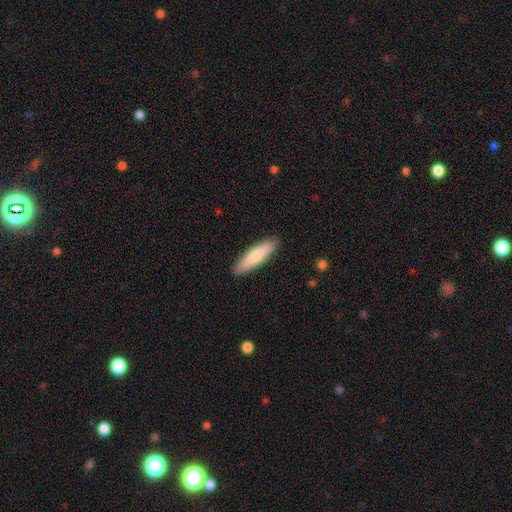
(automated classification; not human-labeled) The model was most divided on "how rounded": cigar-shaped: 65%, in between: 33%, round: 2%. More confident: merging — none (89%); smooth or featured — smooth (74%).